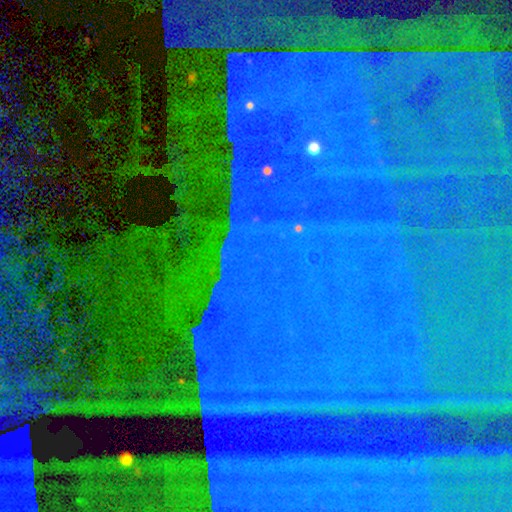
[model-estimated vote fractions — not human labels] Smooth or featured: star or artifact — 86% (featured or disk — 8%)